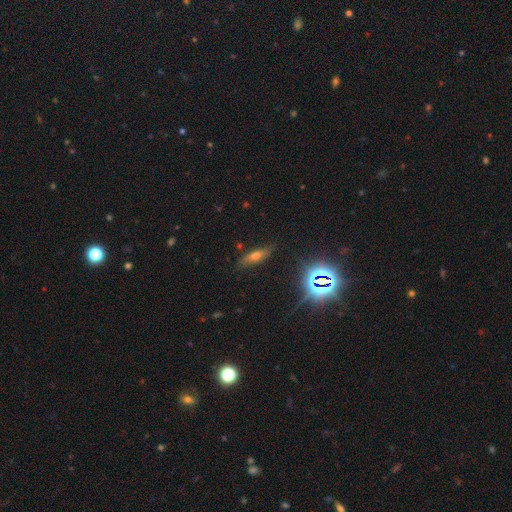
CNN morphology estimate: A smooth galaxy with no disk features (51%) that is cigar-shaped (53%).

Vote fractions:
- Smooth or featured? smooth: 51% / featured or disk: 26% / star or artifact: 23%
- How rounded? cigar-shaped: 53% / in between: 43% / round: 4%
- Merging? none: 81% / minor disturbance: 14% / major disturbance: 3% / merger: 2%